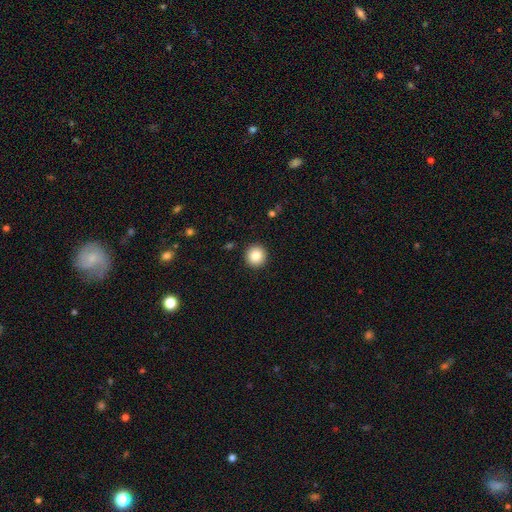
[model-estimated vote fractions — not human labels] Overall: smooth (84%). How rounded: round (95%). Merging: none (92%).